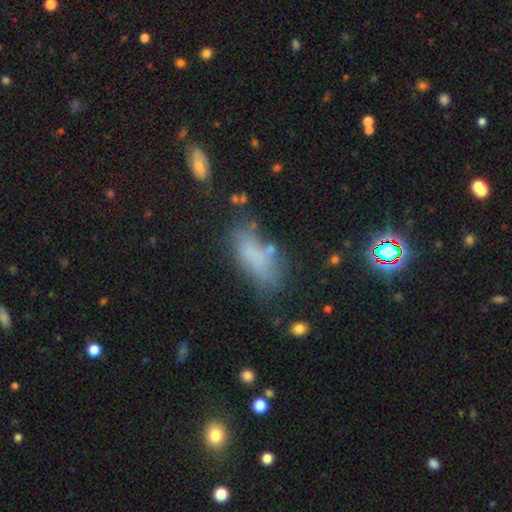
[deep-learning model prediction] Smooth or featured: smooth — 65% (featured or disk — 21%)
How rounded: in between — 73% (cigar-shaped — 23%)
Merging: none — 50% (minor disturbance — 26%)